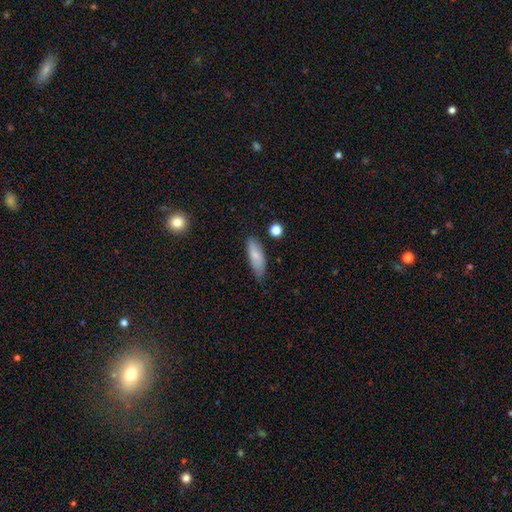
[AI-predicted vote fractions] smooth-or-featured: smooth: 78% | featured or disk: 15% | star or artifact: 7%
  how-rounded: in between: 61% | cigar-shaped: 37% | round: 2%
  merging: none: 66% | minor disturbance: 27% | major disturbance: 5% | merger: 3%